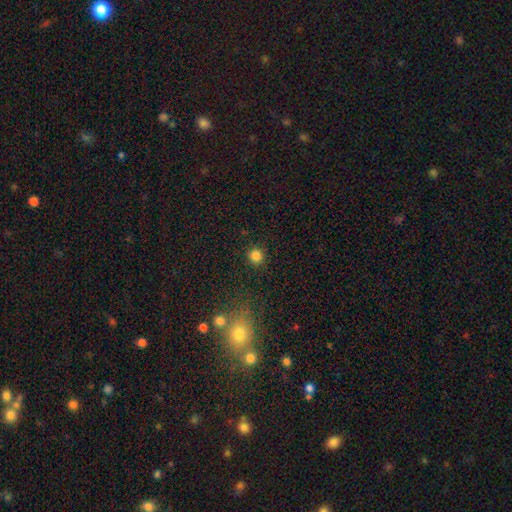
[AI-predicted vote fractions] Morphology: type=smooth (82%); roundness=round (92%); merging=none (90%).